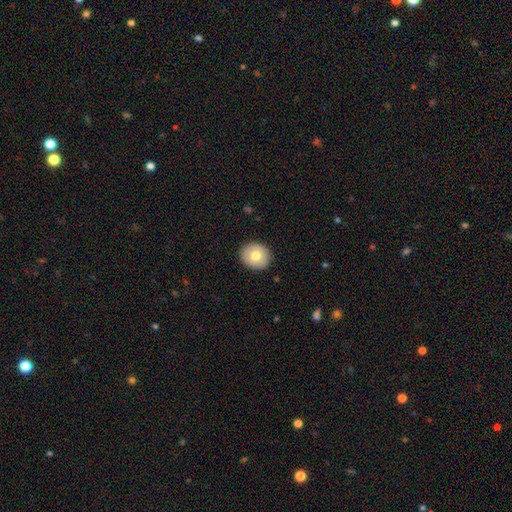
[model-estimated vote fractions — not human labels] Morphology: type=smooth (73%); roundness=round (84%); merging=none (91%).